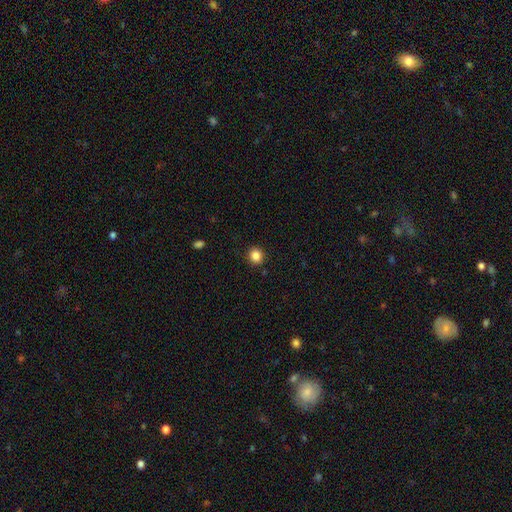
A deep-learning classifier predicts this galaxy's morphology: Smooth or featured? Predicted: smooth (p=0.85). How rounded? Predicted: round (p=0.86). Merging? Predicted: none (p=0.91).